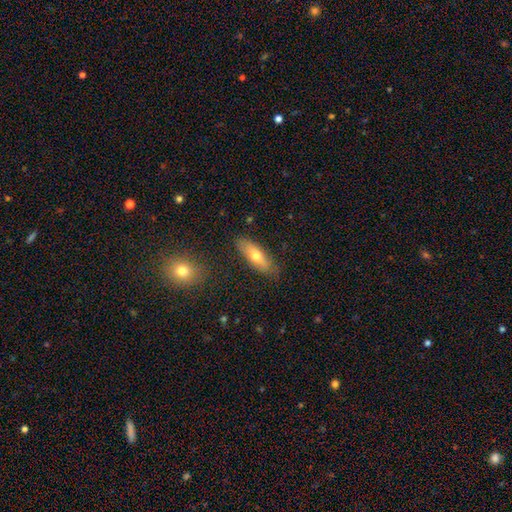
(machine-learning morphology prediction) smooth-or-featured: smooth: 63% | featured or disk: 30% | star or artifact: 7%
  how-rounded: in between: 57% | cigar-shaped: 40% | round: 2%
  merging: none: 82% | minor disturbance: 14% | major disturbance: 3% | merger: 2%